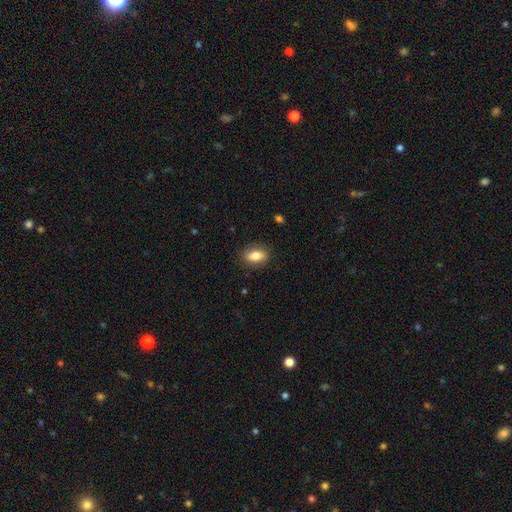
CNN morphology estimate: Overall: smooth (79%). How rounded: in between (82%). Merging: none (86%).